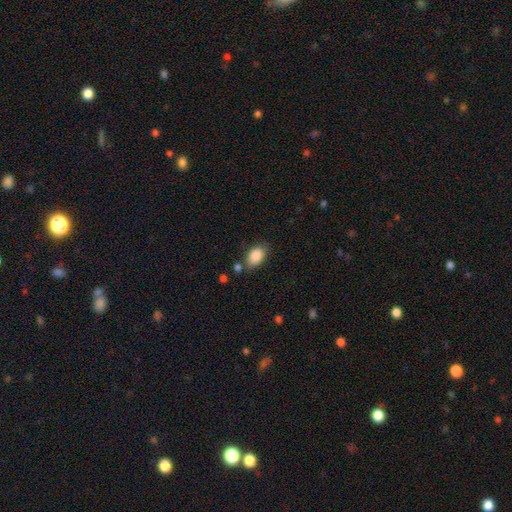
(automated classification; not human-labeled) Smooth or featured?
  - smooth: 88% *
  - star or artifact: 7%
  - featured or disk: 5%
How rounded?
  - in between: 89% *
  - round: 9%
  - cigar-shaped: 2%
Merging?
  - none: 71% *
  - minor disturbance: 18%
  - merger: 6%
  - major disturbance: 5%